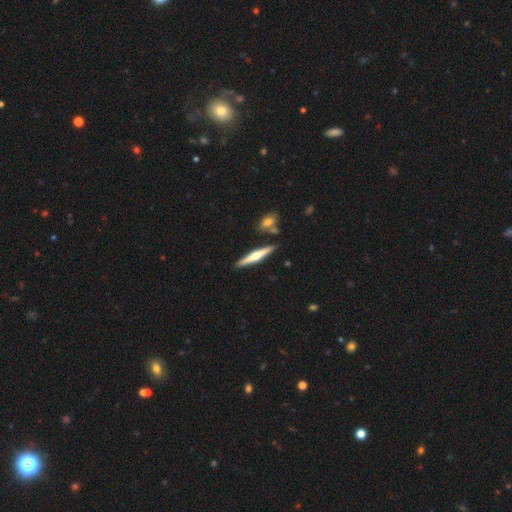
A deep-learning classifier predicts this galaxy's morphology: This appears to be a featured or disk galaxy (56%) viewed edge-on (97%) with a rounded central bulge (78%). Merging: none (86%).